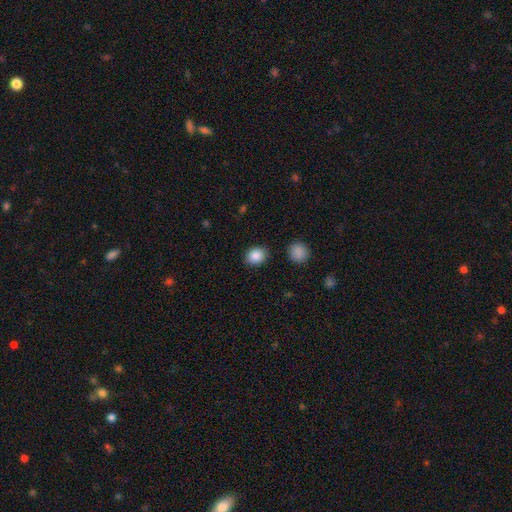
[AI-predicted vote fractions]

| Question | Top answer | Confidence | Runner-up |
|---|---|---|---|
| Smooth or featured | smooth | 87% | star or artifact (9%) |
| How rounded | round | 64% | in between (35%) |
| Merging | none | 87% | minor disturbance (8%) |